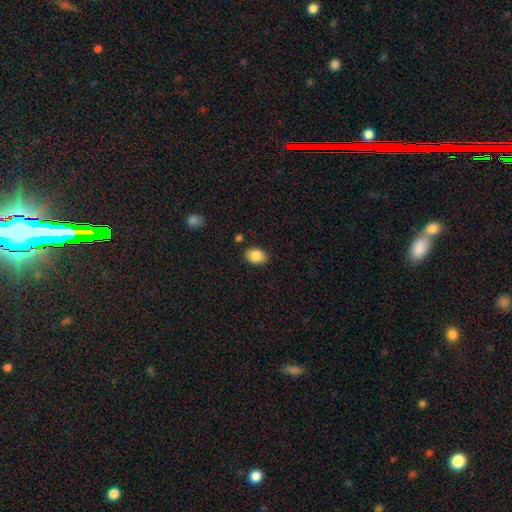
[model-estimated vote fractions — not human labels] The model was most divided on "how rounded": in between: 79%, round: 20%, cigar-shaped: 1%. More confident: smooth or featured — smooth (86%); merging — none (86%).